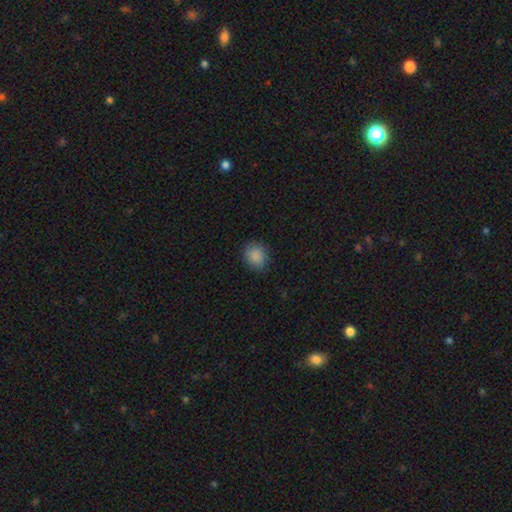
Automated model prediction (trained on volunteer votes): smooth 87%, star or artifact 8%, featured or disk 4%. Down the decision tree: how rounded — round (68%); merging — none (83%).